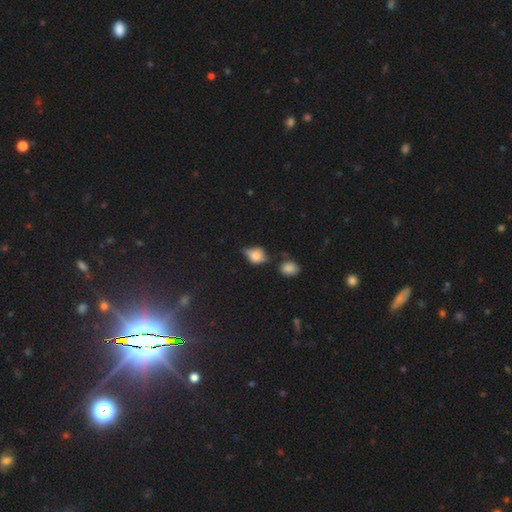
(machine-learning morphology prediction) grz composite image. It shows a smooth galaxy with no disk features (64%) that is in between round and cigar-shaped (57%). Merging: none (47%).